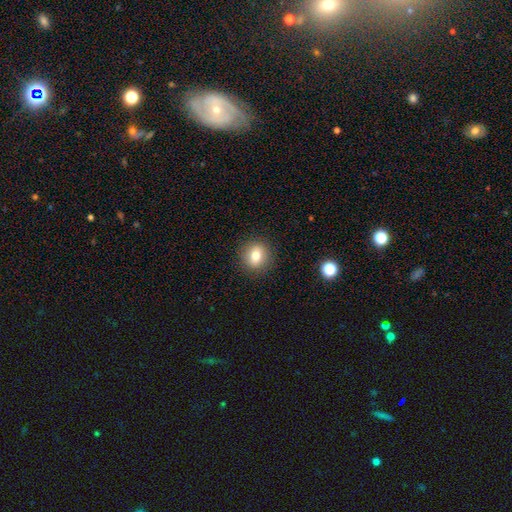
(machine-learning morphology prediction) smooth_or_featured: smooth (p=0.77) [alt: featured or disk p=0.12]
how_rounded: round (p=0.81) [alt: in between p=0.18]
merging: none (p=0.90) [alt: minor disturbance p=0.07]